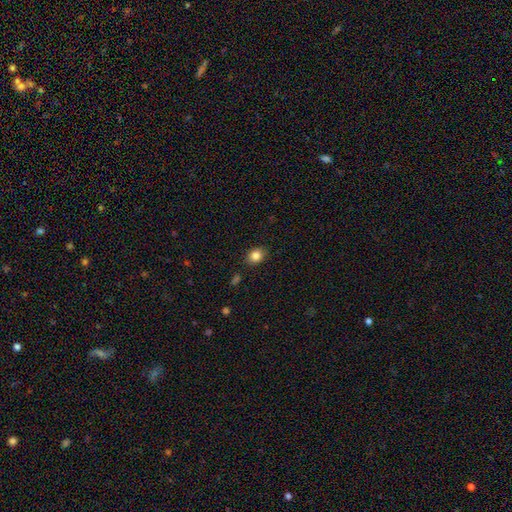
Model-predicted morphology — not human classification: Overall: smooth (84%). How rounded: in between (54%; round 45%). Merging: none (86%).